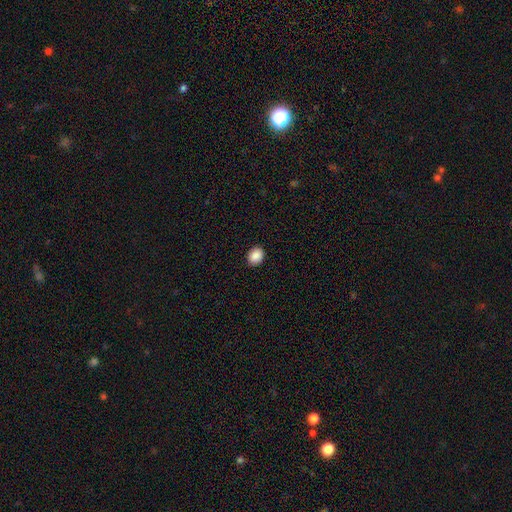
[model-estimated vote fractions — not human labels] Q: Smooth or featured?
A: smooth (89%); runner-up: star or artifact (8%)
Q: How rounded?
A: in between (51%); runner-up: round (49%)
Q: Merging?
A: none (91%); runner-up: minor disturbance (7%)